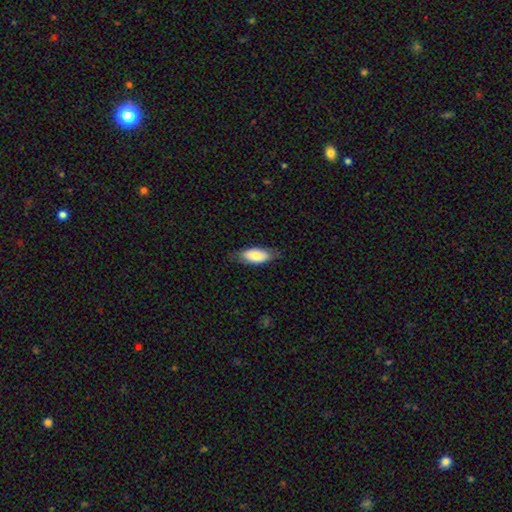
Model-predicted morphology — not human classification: This is likely a smooth galaxy (78%). How rounded: clearly in between (88%). Merging: likely none (73%).